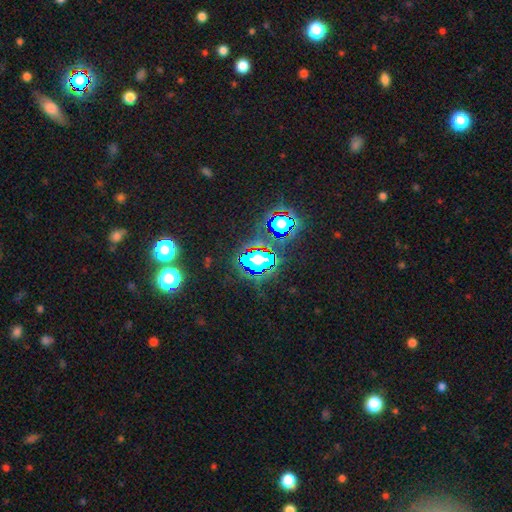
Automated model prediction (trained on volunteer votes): Overall: star or artifact (74%).